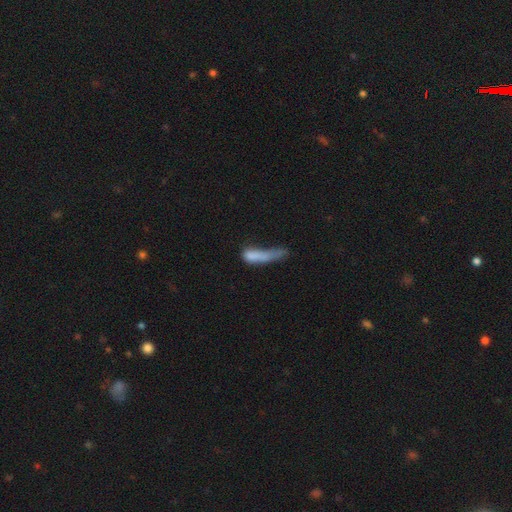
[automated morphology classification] Smooth or featured: smooth — 72% (featured or disk — 18%)
How rounded: cigar-shaped — 64% (in between — 31%)
Merging: major disturbance — 42% (minor disturbance — 24%)